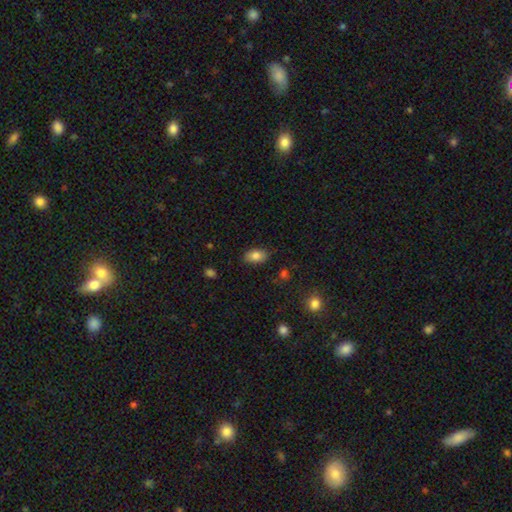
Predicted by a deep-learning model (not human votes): A smooth galaxy with no disk features (83%) that is in between round and cigar-shaped (90%). Merging: none (82%).